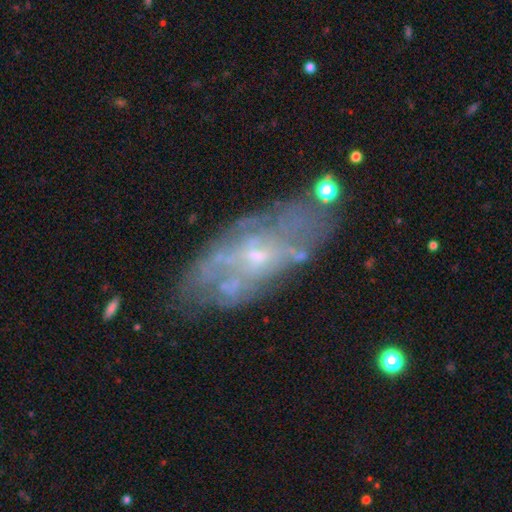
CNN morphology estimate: Smooth or featured?
  - featured or disk: 69% *
  - smooth: 21%
  - star or artifact: 10%
Edge-on disk?
  - no: 87% *
  - yes: 13%
Bar?
  - no: 74% *
  - weak: 21%
  - strong: 4%
Spiral arms?
  - no: 54% *
  - yes: 46%
Bulge size?
  - small: 69% *
  - moderate: 21%
  - none: 7%
  - large: 1%
  - dominant: 1%
Merging?
  - none: 64% *
  - minor disturbance: 20%
  - major disturbance: 11%
  - merger: 5%